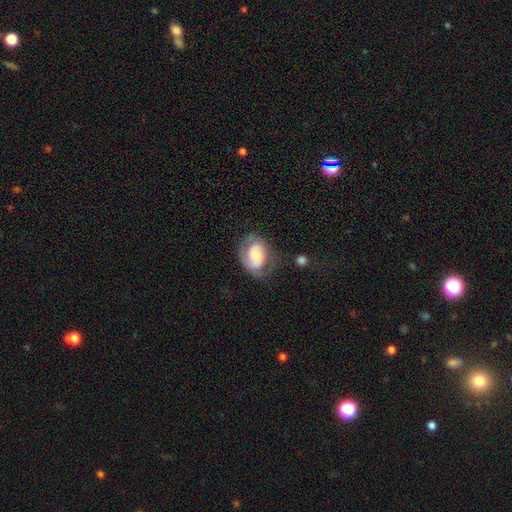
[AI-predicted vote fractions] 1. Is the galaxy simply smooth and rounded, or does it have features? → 50% featured or disk, 42% smooth, 7% star or artifact.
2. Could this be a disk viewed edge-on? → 96% no, 4% yes.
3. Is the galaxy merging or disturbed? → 55% none, 26% minor disturbance, 16% major disturbance, 3% merger.